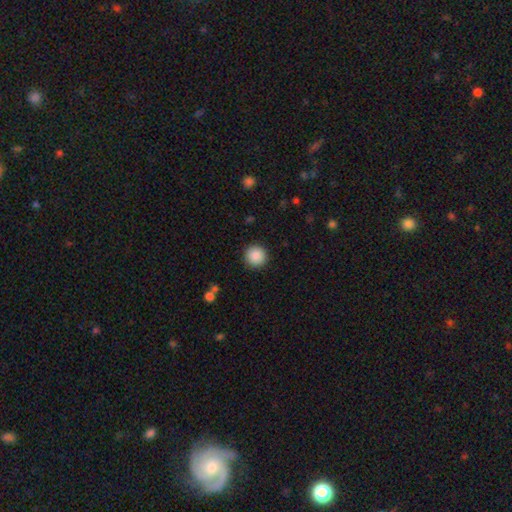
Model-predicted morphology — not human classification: A smooth galaxy with no disk features (89%) that is round (96%). Merging: none (91%).